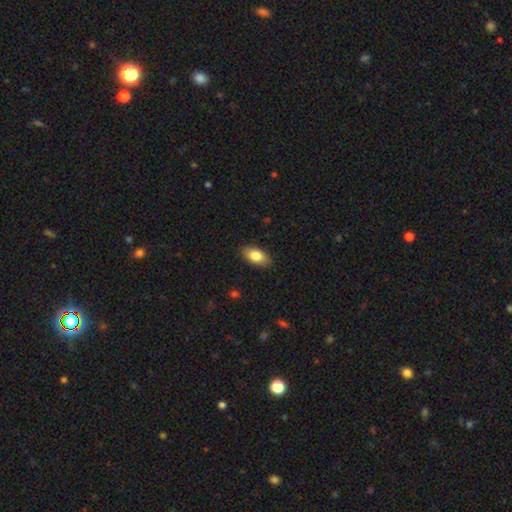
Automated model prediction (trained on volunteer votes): Morphology: type=smooth (83%); roundness=in between (92%); merging=none (87%).